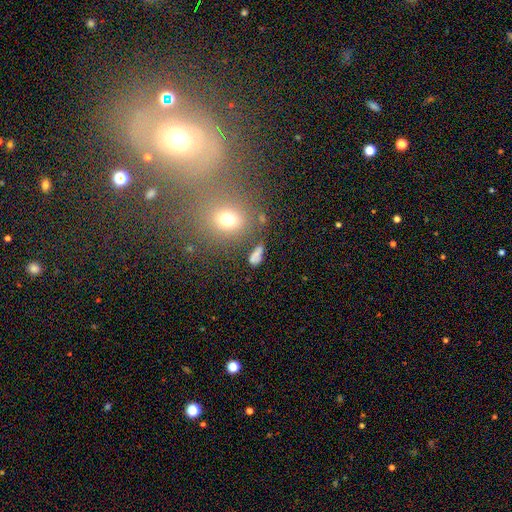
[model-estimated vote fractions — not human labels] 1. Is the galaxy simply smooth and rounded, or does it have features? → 65% smooth, 19% star or artifact, 16% featured or disk.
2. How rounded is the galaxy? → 66% in between, 19% round, 15% cigar-shaped.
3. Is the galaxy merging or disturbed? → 53% none, 18% minor disturbance, 16% merger, 13% major disturbance.